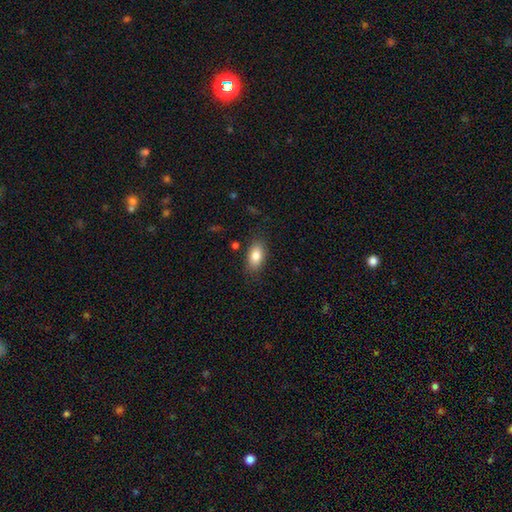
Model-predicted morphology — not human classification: smooth-or-featured: smooth: 83% | featured or disk: 9% | star or artifact: 7%
  how-rounded: in between: 91% | round: 5% | cigar-shaped: 4%
  merging: none: 84% | minor disturbance: 11% | major disturbance: 3% | merger: 2%